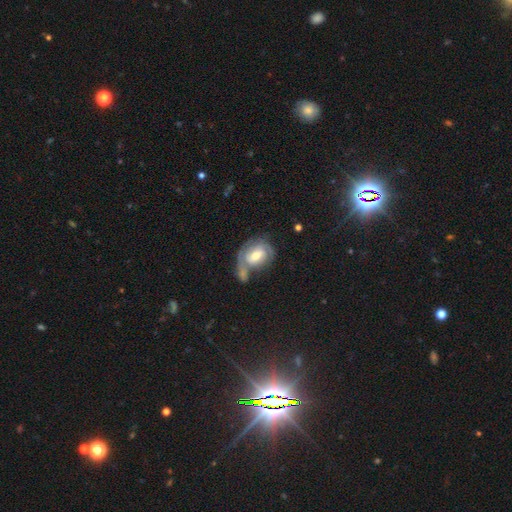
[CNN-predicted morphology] A featured or disk galaxy (65%) with a weak bar (45%), 2 (48%) tight (56%) spiral arms (81%) and a moderate central bulge (62%).

Vote fractions:
- Smooth or featured? featured or disk: 65% / smooth: 28% / star or artifact: 7%
- Edge-on disk? no: 96% / yes: 4%
- Bar? weak: 45% / no: 39% / strong: 16%
- Spiral arms? yes: 81% / no: 19%
- Spiral winding? tight: 56% / medium: 33% / loose: 11%
- Spiral arm count? 2: 48% / can't tell: 28% / 1: 14% / 3: 6% / 4: 2% / more than 4: 2%
- Bulge size? moderate: 62% / small: 23% / large: 12% / none: 2% / dominant: 1%
- Merging? merger: 33% (tied) / none: 33% (tied) / minor disturbance: 18% / major disturbance: 16%